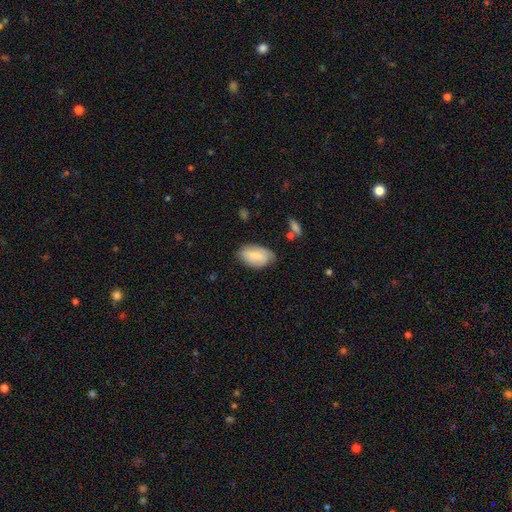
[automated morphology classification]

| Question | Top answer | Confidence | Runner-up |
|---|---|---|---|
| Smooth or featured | smooth | 73% | featured or disk (21%) |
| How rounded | in between | 93% | round (4%) |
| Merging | none | 66% | minor disturbance (26%) |